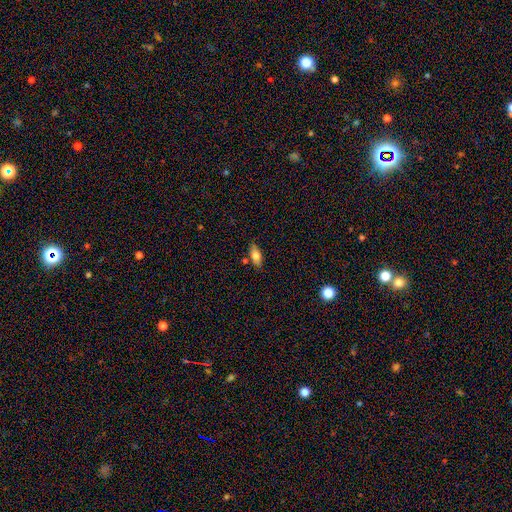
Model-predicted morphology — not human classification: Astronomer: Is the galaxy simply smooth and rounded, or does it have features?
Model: smooth — 75%.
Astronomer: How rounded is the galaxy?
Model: in between — 82%.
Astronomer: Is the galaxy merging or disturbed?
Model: none — 78%.